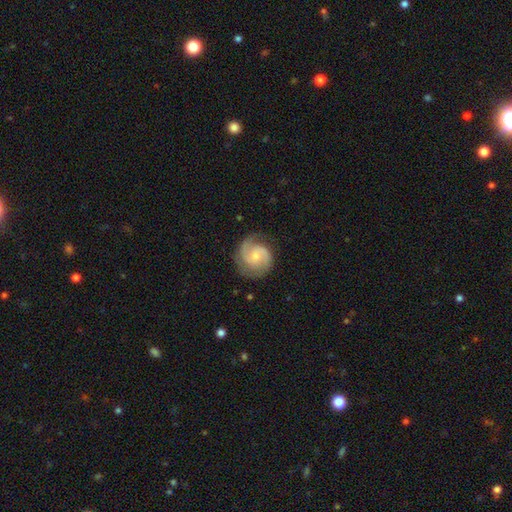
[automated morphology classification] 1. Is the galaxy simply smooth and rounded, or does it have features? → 84% featured or disk, 11% smooth, 5% star or artifact.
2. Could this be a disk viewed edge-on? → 98% no, 2% yes.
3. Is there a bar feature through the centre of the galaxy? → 59% no, 36% weak, 6% strong.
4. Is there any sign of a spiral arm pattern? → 97% yes, 3% no.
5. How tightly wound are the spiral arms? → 48% medium, 40% tight, 11% loose.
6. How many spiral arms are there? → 83% 2, 6% 3, 5% can't tell, 3% 1, 1% 4, 1% more than 4.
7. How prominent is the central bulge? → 57% small, 36% moderate, 4% none, 2% large, 1% dominant.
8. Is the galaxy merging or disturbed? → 78% none, 16% minor disturbance, 5% major disturbance, 1% merger.